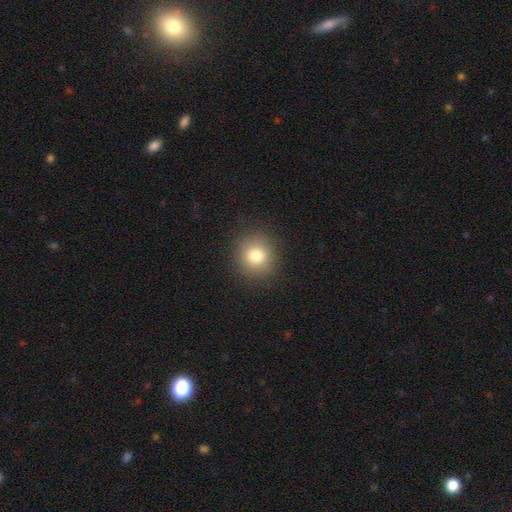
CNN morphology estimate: type=smooth (79%); roundness=round (90%); merging=none (90%).